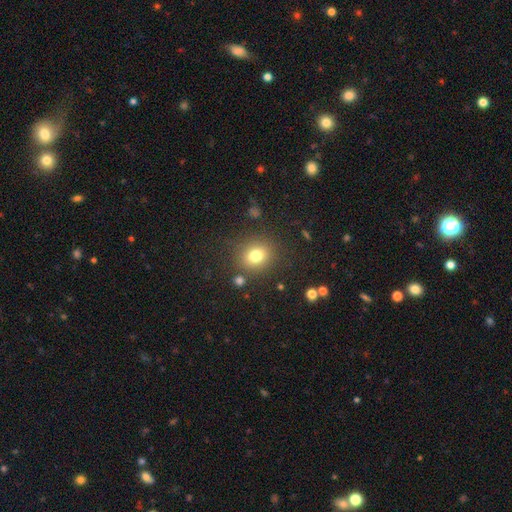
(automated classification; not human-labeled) Smooth or featured?
  - smooth: 78% *
  - star or artifact: 14%
  - featured or disk: 9%
How rounded?
  - round: 72% *
  - in between: 27%
  - cigar-shaped: 1%
Merging?
  - none: 83% *
  - minor disturbance: 9%
  - major disturbance: 4%
  - merger: 4%